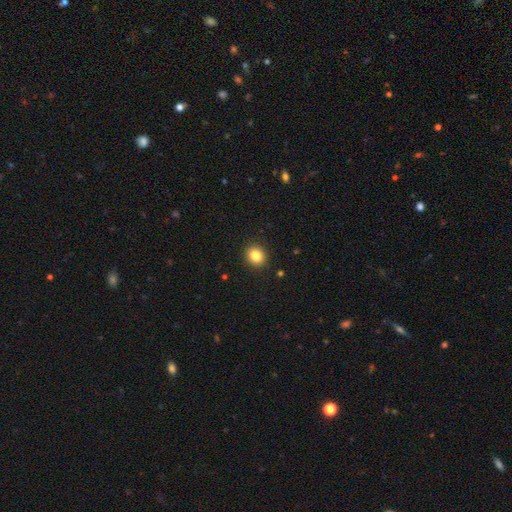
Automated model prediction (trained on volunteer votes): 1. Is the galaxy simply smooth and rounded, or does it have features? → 84% smooth, 10% star or artifact, 6% featured or disk.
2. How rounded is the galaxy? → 77% round, 22% in between, 1% cigar-shaped.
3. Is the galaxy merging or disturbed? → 91% none, 6% minor disturbance, 2% major disturbance, 1% merger.